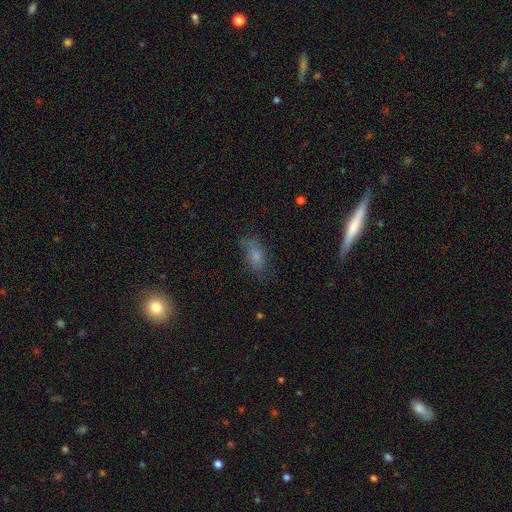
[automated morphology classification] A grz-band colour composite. It shows a smooth galaxy with no disk features (69%) that is in between round and cigar-shaped (84%). Merging: none (58%).